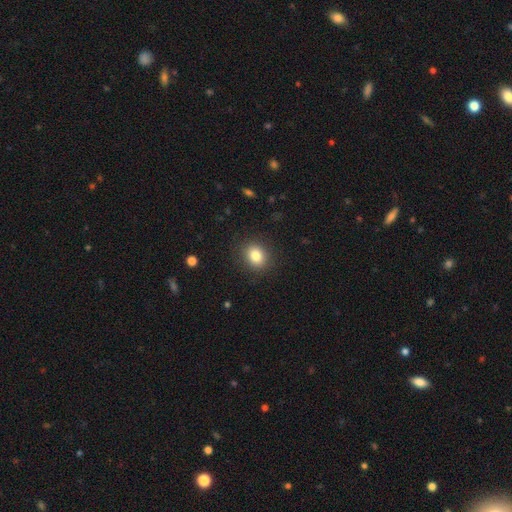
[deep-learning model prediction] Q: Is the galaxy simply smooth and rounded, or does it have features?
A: smooth — 83%.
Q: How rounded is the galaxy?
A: round — 61%.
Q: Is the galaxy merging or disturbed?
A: none — 88%.